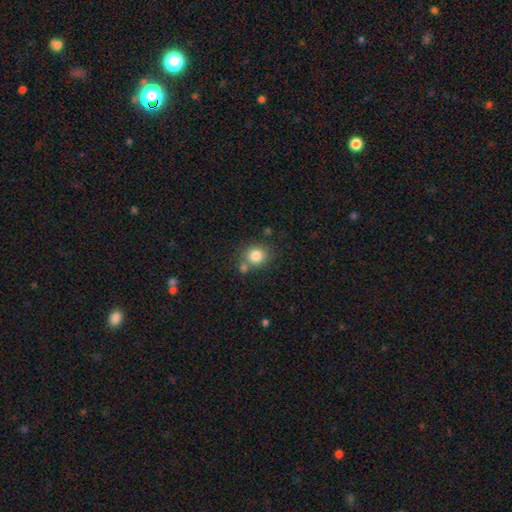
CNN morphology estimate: smooth_or_featured: smooth (p=0.83) [alt: star or artifact p=0.10]
how_rounded: round (p=0.82) [alt: in between p=0.17]
merging: none (p=0.66) [alt: merger p=0.19]